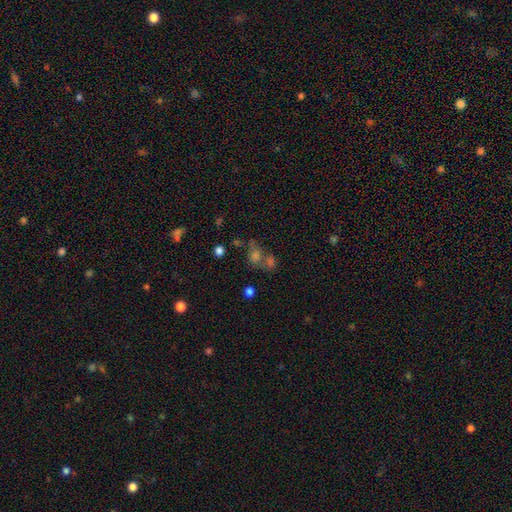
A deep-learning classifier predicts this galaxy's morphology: Smooth or featured? Predicted: smooth (p=0.50). How rounded? Predicted: round (p=0.60). Merging? Predicted: none (p=0.42).